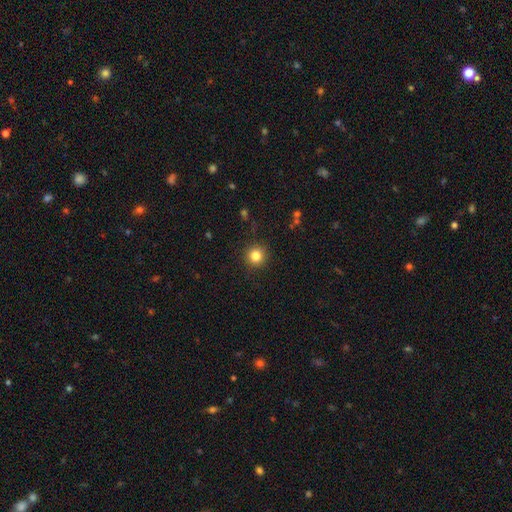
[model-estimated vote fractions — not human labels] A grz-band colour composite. It shows a smooth galaxy with no disk features (83%) that is round (94%). Merging: none (90%).